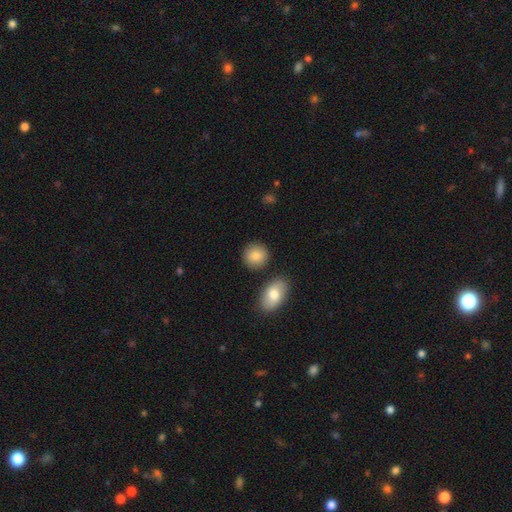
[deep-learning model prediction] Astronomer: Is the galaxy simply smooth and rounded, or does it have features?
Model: smooth — 86%.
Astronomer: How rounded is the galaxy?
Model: round — 83%.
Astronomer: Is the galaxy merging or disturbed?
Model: none — 85%.